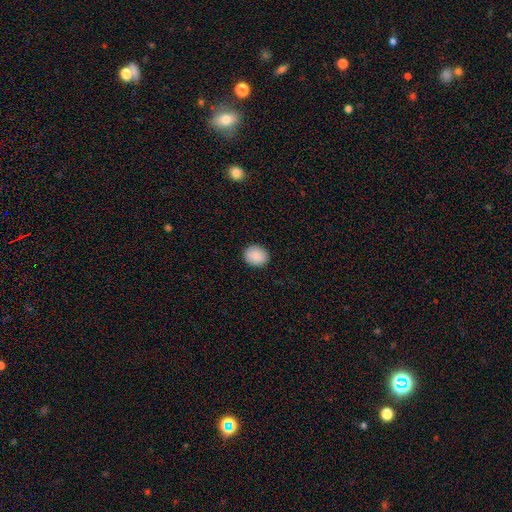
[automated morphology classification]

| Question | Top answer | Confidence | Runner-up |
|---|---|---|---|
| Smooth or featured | smooth | 89% | star or artifact (7%) |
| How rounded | round | 65% | in between (34%) |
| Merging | none | 90% | minor disturbance (7%) |